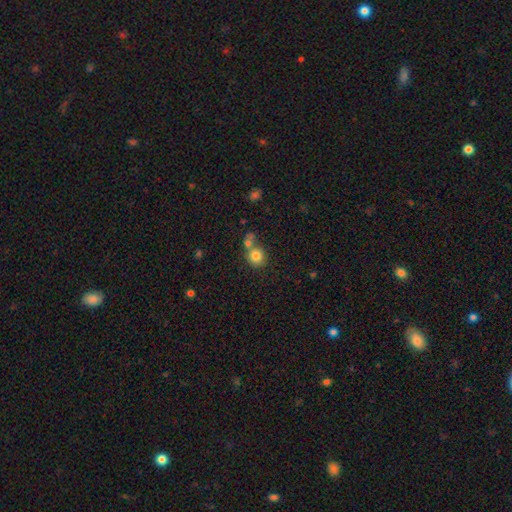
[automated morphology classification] This is clearly a smooth galaxy (80%). How rounded: clearly round (87%). Merging: possibly none (59%).